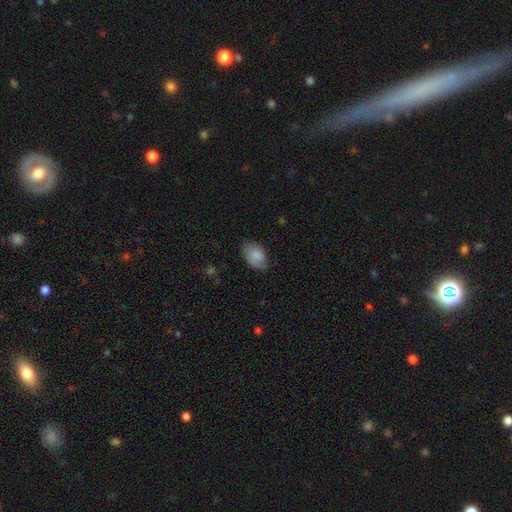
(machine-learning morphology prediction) Overall: smooth (75%). How rounded: in between (87%). Merging: none (60%; minor disturbance 30%).